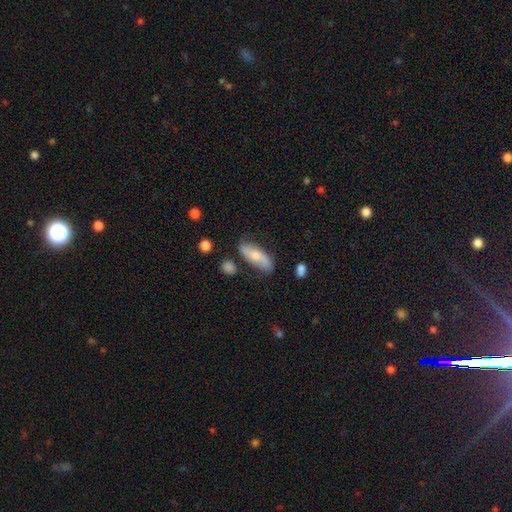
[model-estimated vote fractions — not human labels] Morphology: type=smooth (53%); roundness=in between (67%); merging=none (67%).